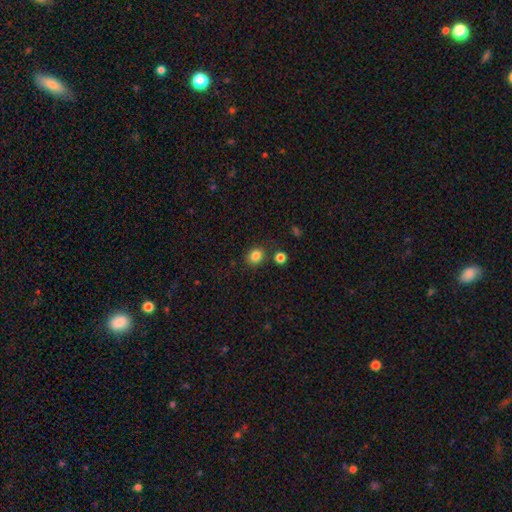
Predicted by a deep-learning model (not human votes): Smooth or featured: smooth — 84% (star or artifact — 11%)
How rounded: round — 71% (in between — 28%)
Merging: none — 82% (minor disturbance — 9%)